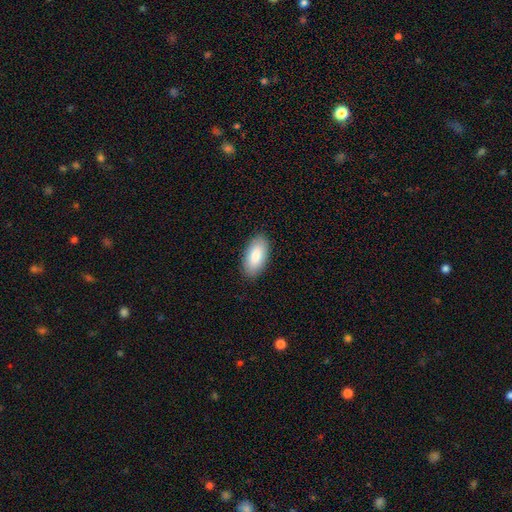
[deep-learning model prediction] Smooth or featured?
  - smooth: 85% *
  - featured or disk: 9%
  - star or artifact: 6%
How rounded?
  - in between: 94% *
  - cigar-shaped: 4%
  - round: 2%
Merging?
  - none: 89% *
  - minor disturbance: 8%
  - major disturbance: 2%
  - merger: 1%